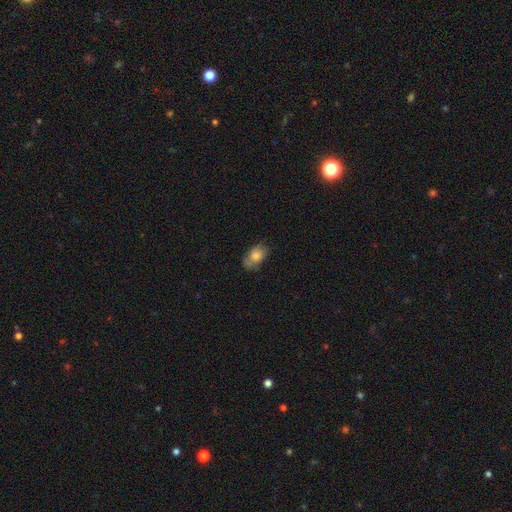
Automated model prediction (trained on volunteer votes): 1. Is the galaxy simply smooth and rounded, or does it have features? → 74% smooth, 17% featured or disk, 8% star or artifact.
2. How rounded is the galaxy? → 87% in between, 11% round, 2% cigar-shaped.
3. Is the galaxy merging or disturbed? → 60% none, 28% minor disturbance, 9% major disturbance, 3% merger.